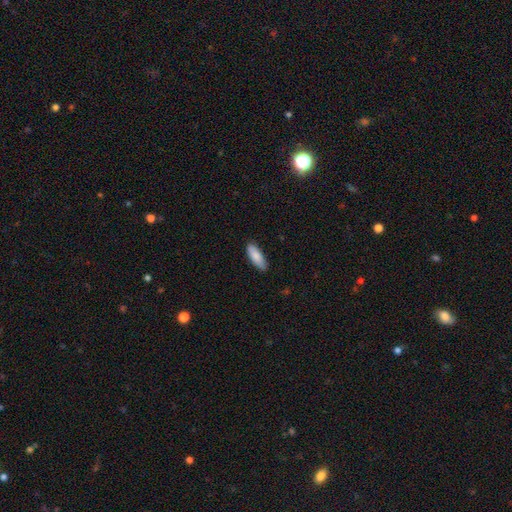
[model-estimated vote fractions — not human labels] The model was most divided on "how rounded": in between: 66%, cigar-shaped: 33%, round: 2%. More confident: smooth or featured — smooth (86%); merging — none (84%).